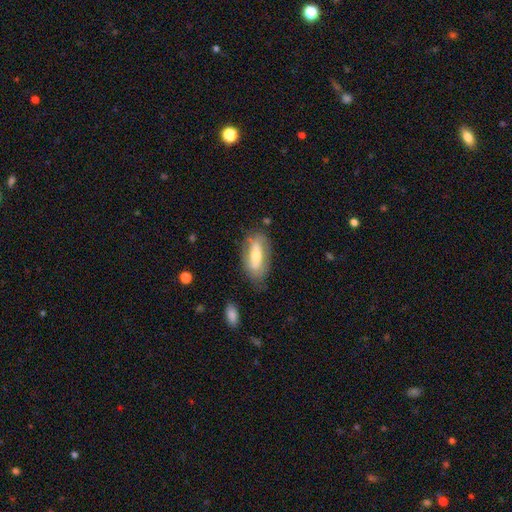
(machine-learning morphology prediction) Q: Smooth or featured?
A: smooth (51%); runner-up: featured or disk (42%)
Q: How rounded?
A: in between (78%); runner-up: cigar-shaped (19%)
Q: Merging?
A: none (72%); runner-up: minor disturbance (19%)